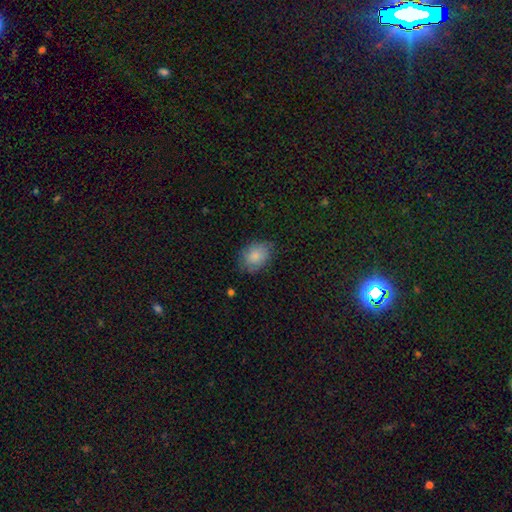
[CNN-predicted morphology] smooth-or-featured: smooth: 80% | featured or disk: 13% | star or artifact: 8%
  how-rounded: in between: 67% | round: 32% | cigar-shaped: 1%
  merging: none: 69% | minor disturbance: 24% | major disturbance: 6% | merger: 1%